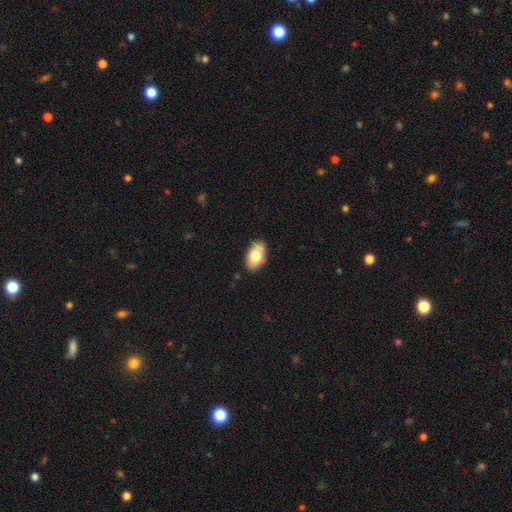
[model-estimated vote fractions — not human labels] Smooth or featured?
  - smooth: 78% *
  - featured or disk: 16%
  - star or artifact: 6%
How rounded?
  - in between: 93% *
  - round: 6%
  - cigar-shaped: 2%
Merging?
  - none: 86% *
  - minor disturbance: 11%
  - major disturbance: 2%
  - merger: 1%